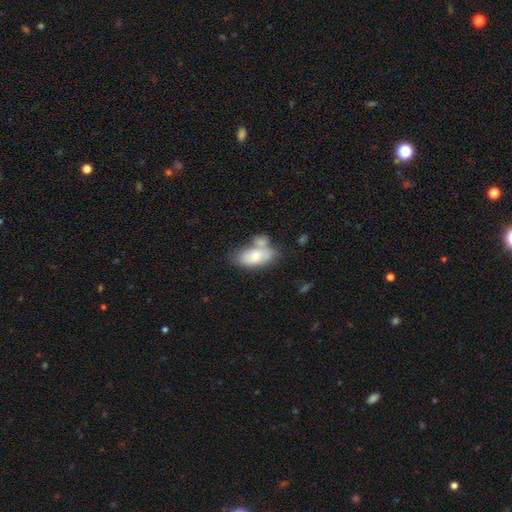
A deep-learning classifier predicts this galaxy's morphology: Smooth or featured?
  - smooth: 75% *
  - featured or disk: 19%
  - star or artifact: 6%
How rounded?
  - in between: 91% *
  - cigar-shaped: 5%
  - round: 4%
Merging?
  - merger: 42% *
  - none: 34%
  - minor disturbance: 16%
  - major disturbance: 8%